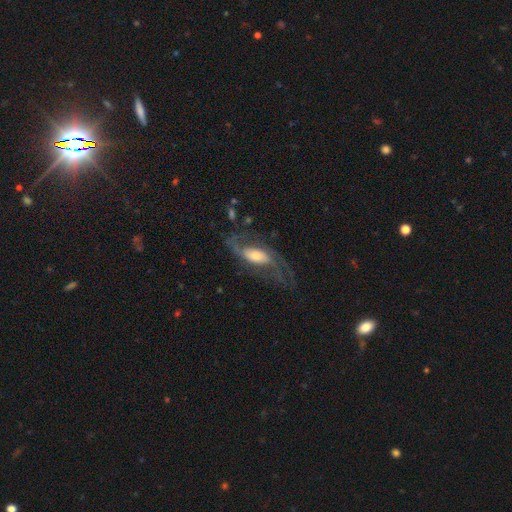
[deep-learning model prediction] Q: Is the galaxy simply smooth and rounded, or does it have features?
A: featured or disk — 78%.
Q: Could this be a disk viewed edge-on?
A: no — 90%.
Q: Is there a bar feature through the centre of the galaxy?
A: no — 48%.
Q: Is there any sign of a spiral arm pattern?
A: yes — 91%.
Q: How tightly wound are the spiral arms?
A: medium — 43%.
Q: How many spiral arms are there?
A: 2 — 67%.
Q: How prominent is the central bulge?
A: moderate — 49%.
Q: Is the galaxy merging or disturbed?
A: none — 56%.